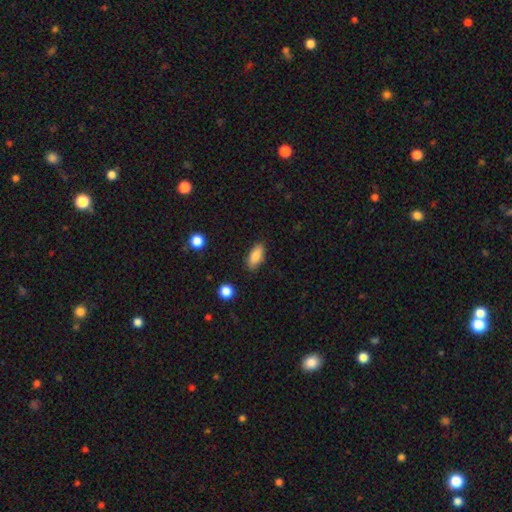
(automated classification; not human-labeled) smooth_or_featured: smooth (p=0.85) [alt: featured or disk p=0.08]
how_rounded: in between (p=0.78) [alt: cigar-shaped p=0.20]
merging: none (p=0.86) [alt: minor disturbance p=0.10]